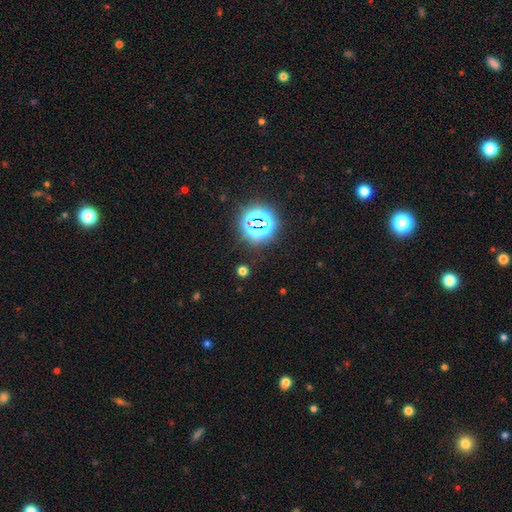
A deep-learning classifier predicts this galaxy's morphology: Smooth or featured?
  - star or artifact: 76% *
  - smooth: 18%
  - featured or disk: 6%